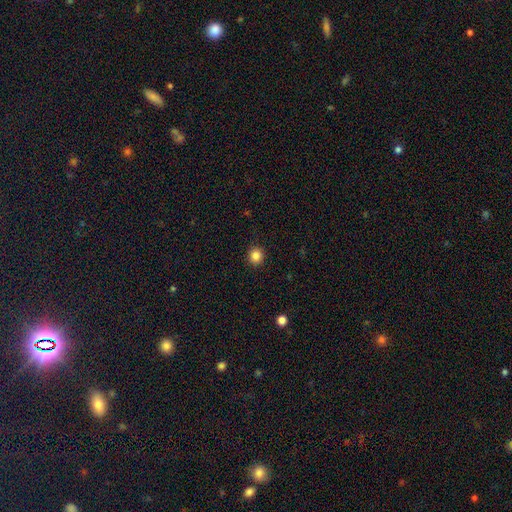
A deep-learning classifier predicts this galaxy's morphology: Smooth or featured? Predicted: smooth (p=0.85). How rounded? Predicted: round (p=0.91). Merging? Predicted: none (p=0.91).